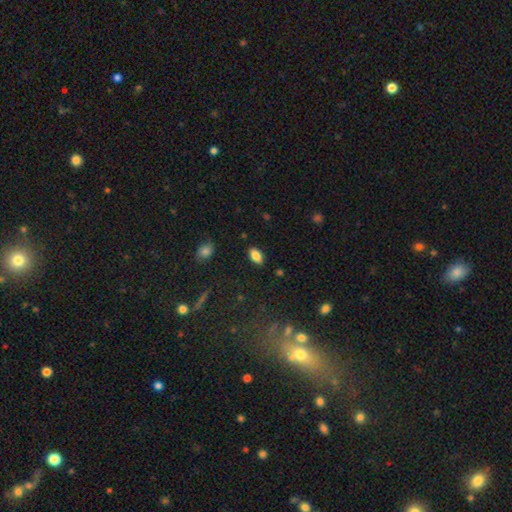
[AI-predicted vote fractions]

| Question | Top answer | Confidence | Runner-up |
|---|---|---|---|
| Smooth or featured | smooth | 83% | star or artifact (9%) |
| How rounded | in between | 91% | round (5%) |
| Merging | none | 87% | minor disturbance (9%) |